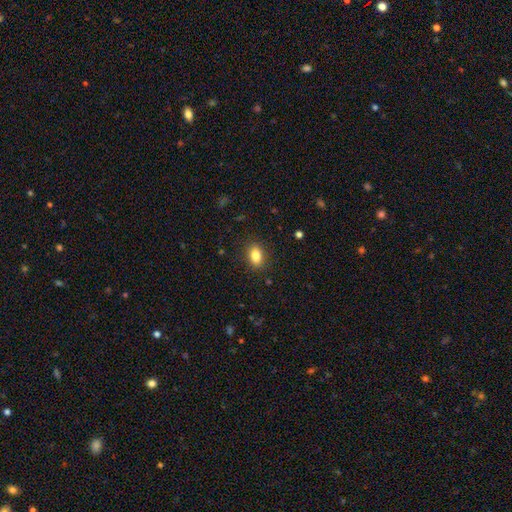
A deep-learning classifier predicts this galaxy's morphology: Smooth or featured?
  - smooth: 85% *
  - star or artifact: 9%
  - featured or disk: 6%
How rounded?
  - in between: 84% *
  - round: 14%
  - cigar-shaped: 2%
Merging?
  - none: 87% *
  - minor disturbance: 9%
  - major disturbance: 3%
  - merger: 1%